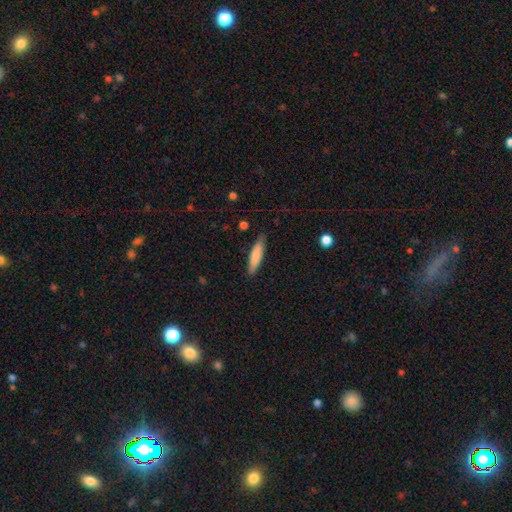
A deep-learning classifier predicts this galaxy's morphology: This appears to be a smooth galaxy with no disk features (79%) that is cigar-shaped (79%). Merging: none (84%).